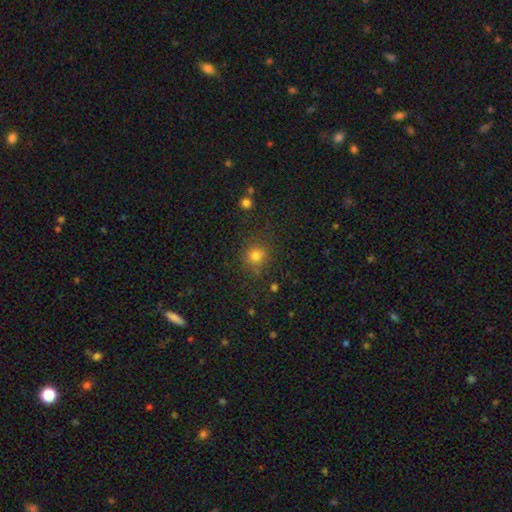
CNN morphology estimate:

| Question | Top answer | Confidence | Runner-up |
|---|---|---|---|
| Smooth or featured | smooth | 78% | star or artifact (16%) |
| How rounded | round | 85% | in between (14%) |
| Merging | none | 81% | minor disturbance (11%) |